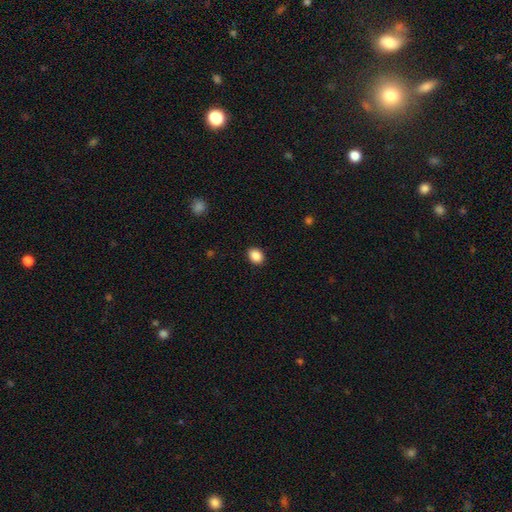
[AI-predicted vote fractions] A smooth galaxy with no disk features (88%) that is in between round and cigar-shaped (55%). Merging: none (91%).